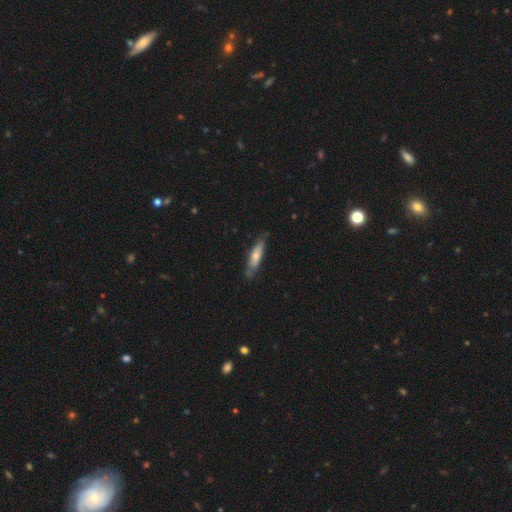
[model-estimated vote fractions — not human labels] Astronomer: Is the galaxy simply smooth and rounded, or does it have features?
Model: smooth — 53% (runner-up: featured or disk, 41%).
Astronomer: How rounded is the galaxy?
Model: cigar-shaped — 72%.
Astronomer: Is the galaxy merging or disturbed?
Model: none — 76%.